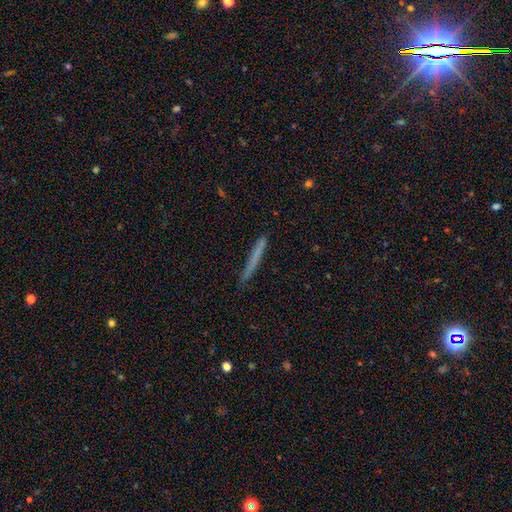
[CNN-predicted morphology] Smooth or featured? smooth (64%)
How rounded? cigar-shaped (97%)
Merging? none (86%)